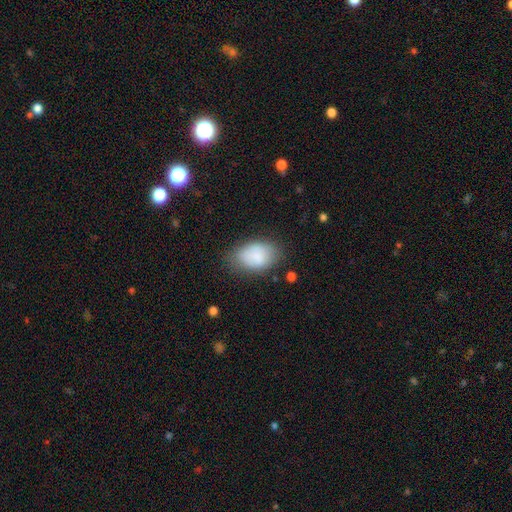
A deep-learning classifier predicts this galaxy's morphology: Overall: smooth (81%). How rounded: in between (85%). Merging: none (64%; minor disturbance 25%).